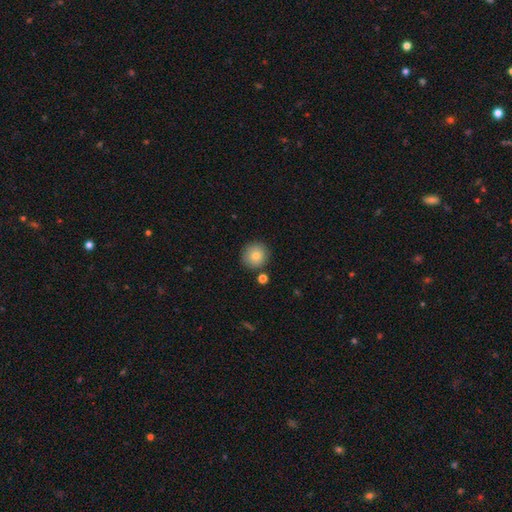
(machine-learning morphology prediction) Smooth or featured?
  - smooth: 80% *
  - featured or disk: 10%
  - star or artifact: 10%
How rounded?
  - round: 94% *
  - in between: 5%
  - cigar-shaped: 1%
Merging?
  - none: 85% *
  - minor disturbance: 8%
  - merger: 5%
  - major disturbance: 2%